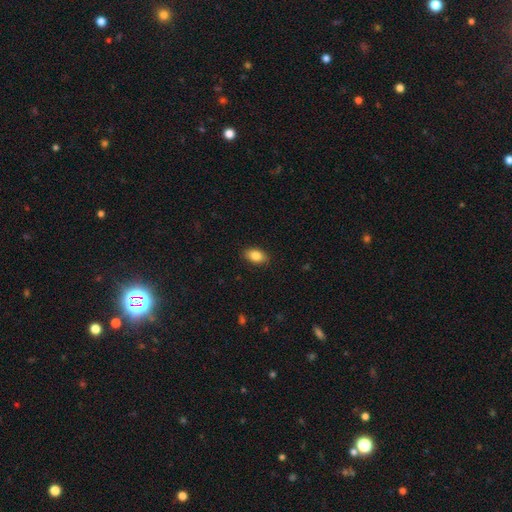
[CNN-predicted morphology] A smooth galaxy with no disk features (85%) that is in between round and cigar-shaped (89%).

Vote fractions:
- Smooth or featured? smooth: 85% / featured or disk: 8% / star or artifact: 7%
- How rounded? in between: 89% / round: 8% / cigar-shaped: 3%
- Merging? none: 89% / minor disturbance: 9% / major disturbance: 2% / merger: 1%